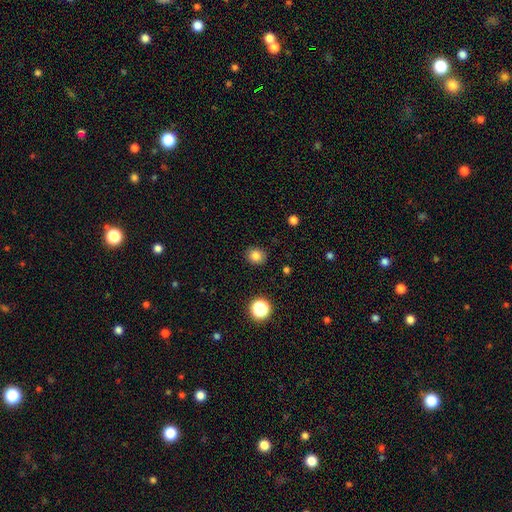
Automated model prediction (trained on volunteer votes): A smooth galaxy with no disk features (82%) that is round (75%).

Vote fractions:
- Smooth or featured? smooth: 82% / star or artifact: 12% / featured or disk: 6%
- How rounded? round: 75% / in between: 25% / cigar-shaped: 1%
- Merging? none: 89% / minor disturbance: 7% / major disturbance: 2% / merger: 1%